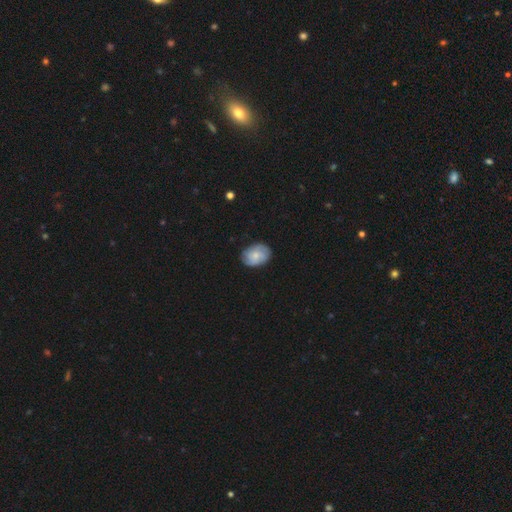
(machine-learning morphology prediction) Q: Smooth or featured?
A: smooth (56%); runner-up: featured or disk (37%)
Q: How rounded?
A: in between (70%); runner-up: round (29%)
Q: Merging?
A: none (79%); runner-up: minor disturbance (16%)